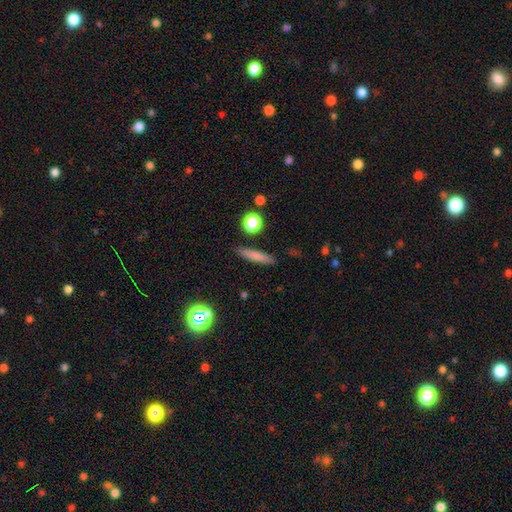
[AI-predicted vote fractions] Smooth or featured? smooth (74%)
How rounded? cigar-shaped (86%)
Merging? none (87%)